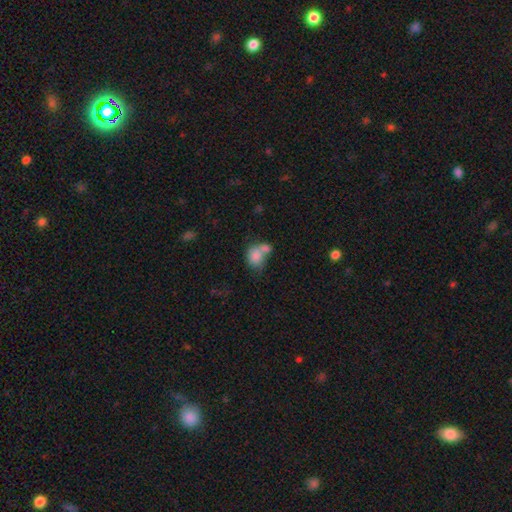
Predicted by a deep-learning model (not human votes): Overall: smooth (79%). How rounded: round (50%; in between 49%). Merging: merger (54%; none 27%).